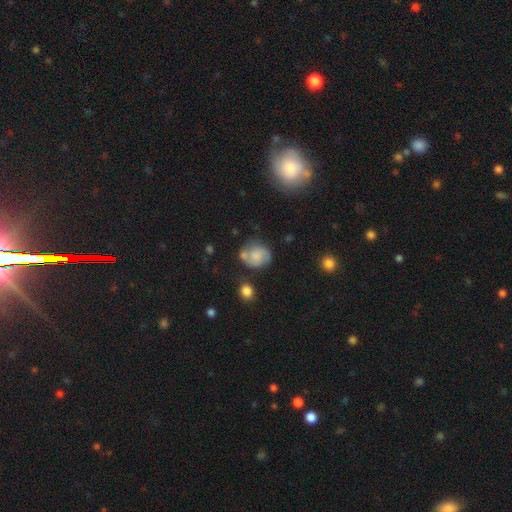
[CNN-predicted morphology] A featured or disk galaxy (47%). Merging: none (53%).